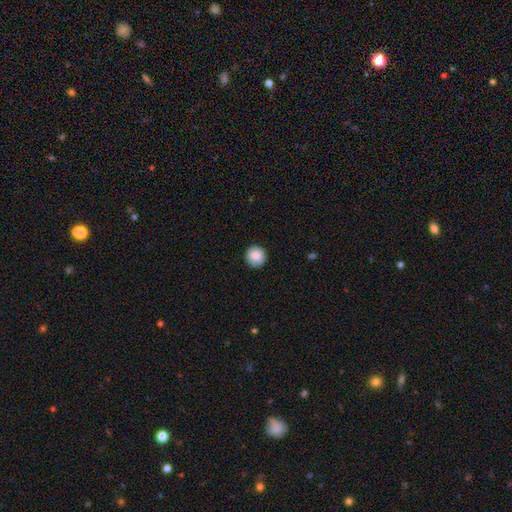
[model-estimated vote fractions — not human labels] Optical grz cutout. It shows a smooth galaxy with no disk features (85%) that is round (94%). Merging: none (89%).